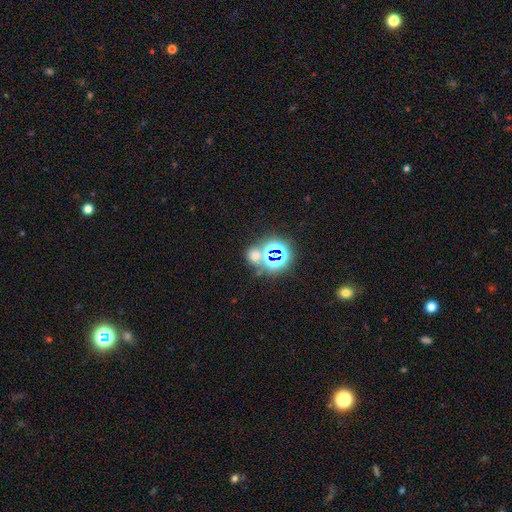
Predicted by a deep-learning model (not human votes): Smooth or featured: star or artifact — 49% (smooth — 43%)